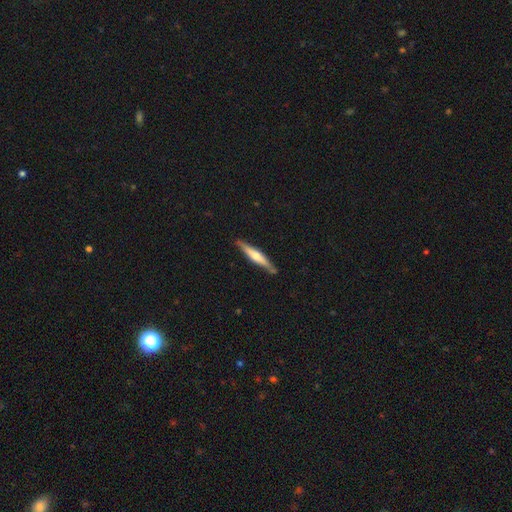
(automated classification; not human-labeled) A featured or disk galaxy (55%) viewed edge-on (95%) with a rounded central bulge (77%). Merging: none (83%).